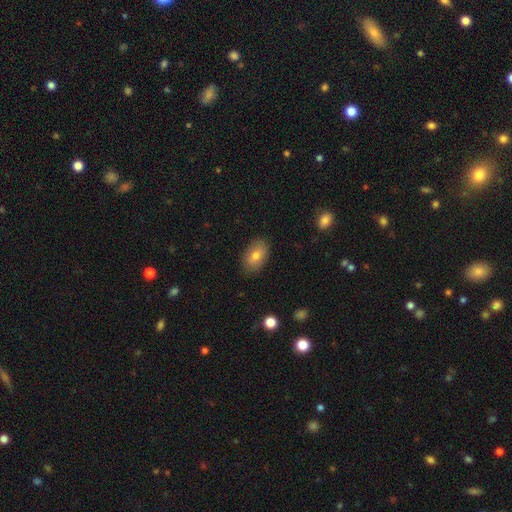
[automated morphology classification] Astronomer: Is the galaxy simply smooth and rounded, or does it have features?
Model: smooth — 75%.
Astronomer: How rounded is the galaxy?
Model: in between — 89%.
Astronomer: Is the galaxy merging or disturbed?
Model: none — 85%.